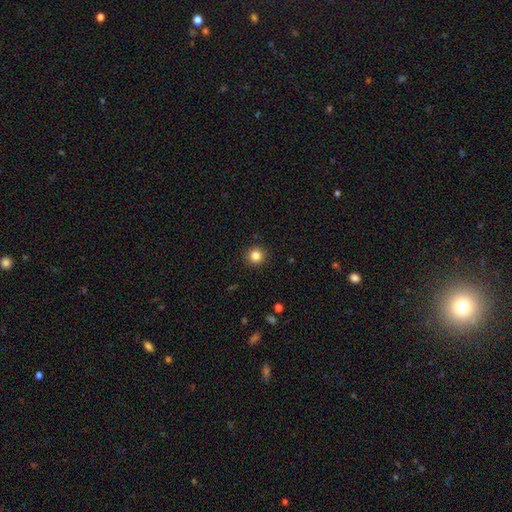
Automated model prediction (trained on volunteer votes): Overall: smooth (84%). How rounded: round (94%). Merging: none (92%).